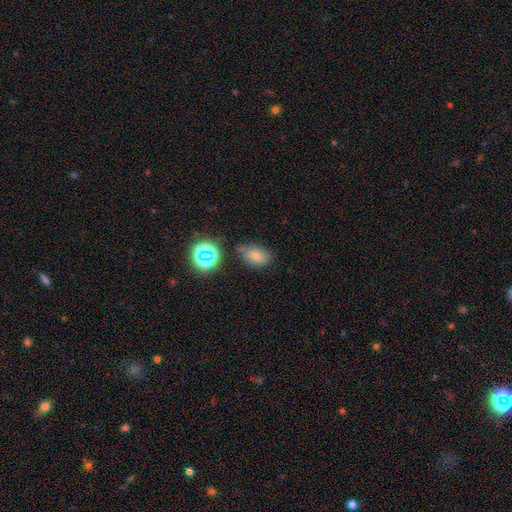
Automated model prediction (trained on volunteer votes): This is possibly a smooth galaxy (56%). How rounded: likely in between (75%). Merging: likely none (74%).